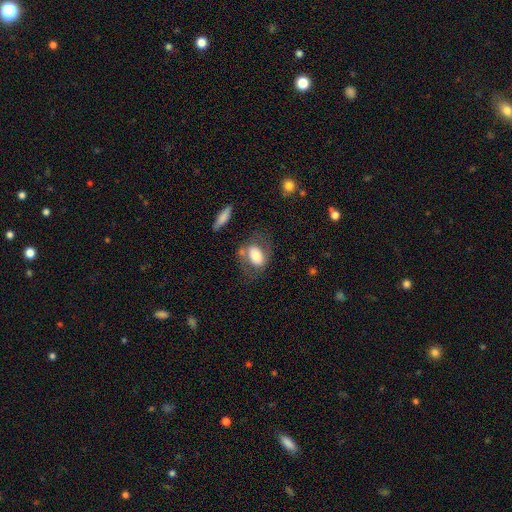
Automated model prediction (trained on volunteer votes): This appears to be a smooth galaxy with no disk features (60%) that is in between round and cigar-shaped (80%). Merging: none (53%).